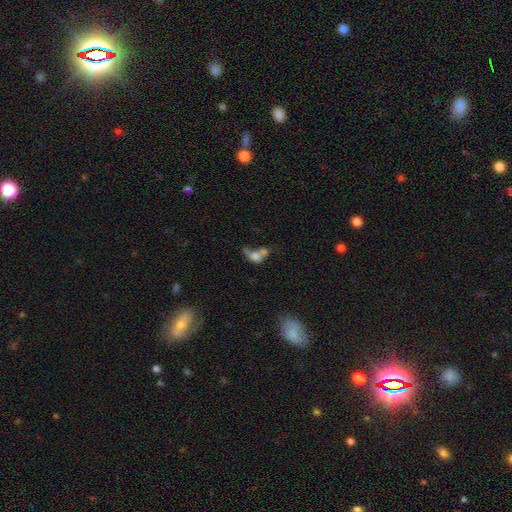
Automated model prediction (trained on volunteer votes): Q: Smooth or featured?
A: smooth (60%); runner-up: featured or disk (27%)
Q: How rounded?
A: in between (61%); runner-up: round (33%)
Q: Merging?
A: merger (59%); runner-up: major disturbance (17%)